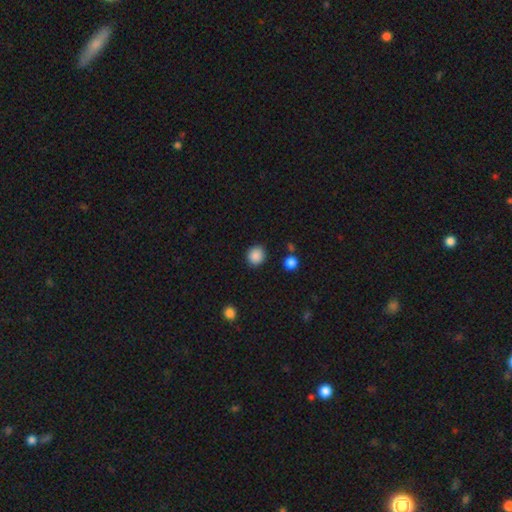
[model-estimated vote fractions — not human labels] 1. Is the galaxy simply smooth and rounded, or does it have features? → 88% smooth, 9% star or artifact, 3% featured or disk.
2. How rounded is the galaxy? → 87% round, 13% in between, 1% cigar-shaped.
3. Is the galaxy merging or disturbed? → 89% none, 7% minor disturbance, 2% major disturbance, 2% merger.